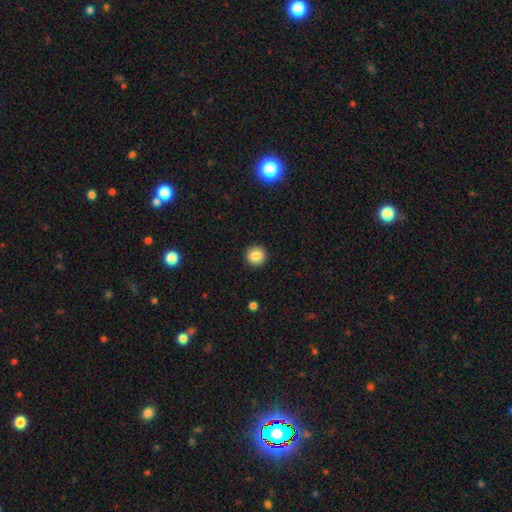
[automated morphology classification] Smooth or featured?
  - smooth: 85% *
  - star or artifact: 9%
  - featured or disk: 5%
How rounded?
  - round: 95% *
  - in between: 4%
  - cigar-shaped: 1%
Merging?
  - none: 93% *
  - minor disturbance: 5%
  - major disturbance: 2%
  - merger: 1%